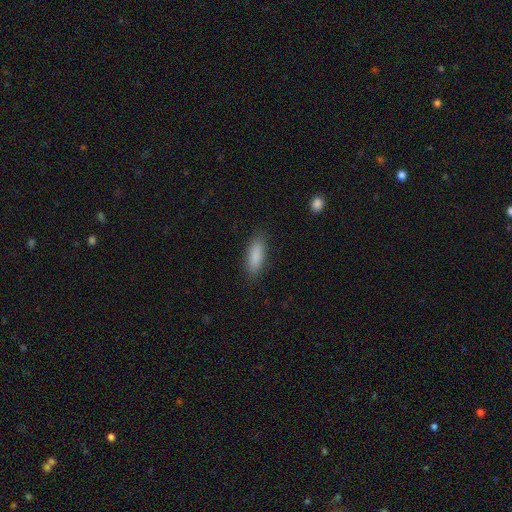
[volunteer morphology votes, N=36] Overall: smooth (97%). How rounded: in between (54%; cigar-shaped 46%). Merging: none (83%).